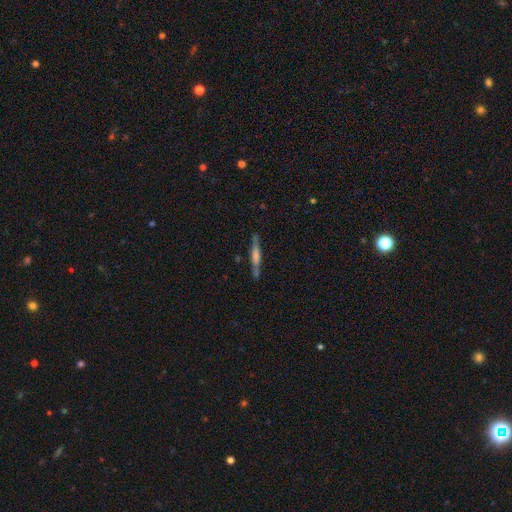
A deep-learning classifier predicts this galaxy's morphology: Smooth or featured: featured or disk — 66% (smooth — 26%)
Edge-on disk: yes — 96% (no — 4%)
Edge-on bulge: rounded — 54% (boxy — 24%)
Merging: none — 86% (minor disturbance — 10%)